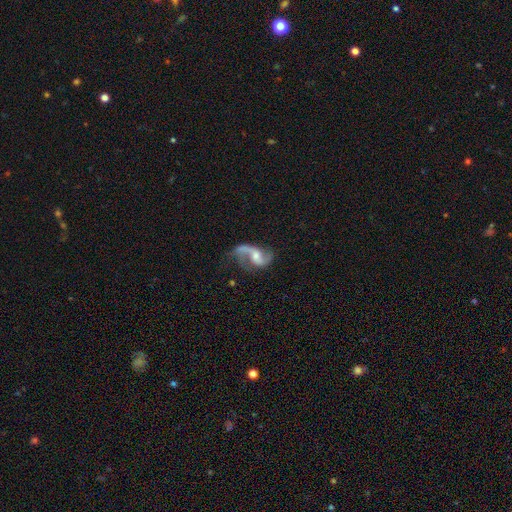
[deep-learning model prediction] Smooth or featured? Predicted: featured or disk (p=0.87). Edge-on disk? Predicted: no (p=0.97). Bar? Predicted: no (p=0.44). Spiral arms? Predicted: yes (p=0.96). Spiral winding? Predicted: loose (p=0.70). Spiral arm count? Predicted: 2 (p=0.88). Bulge size? Predicted: moderate (p=0.51). Merging? Predicted: none (p=0.56).